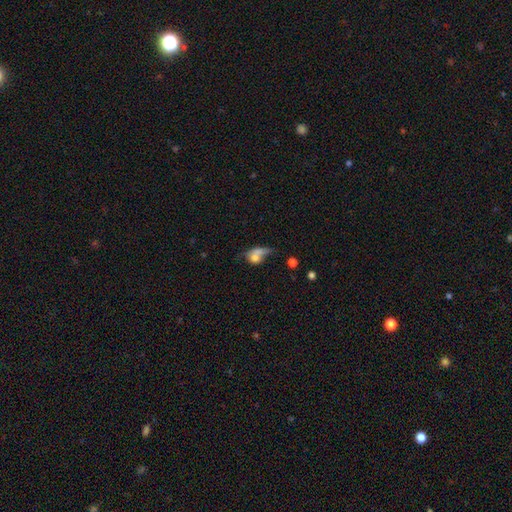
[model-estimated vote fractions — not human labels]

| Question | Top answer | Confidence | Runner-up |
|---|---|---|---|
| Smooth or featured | smooth | 67% | featured or disk (22%) |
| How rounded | in between | 54% | round (39%) |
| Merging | merger | 43% | none (23%) |